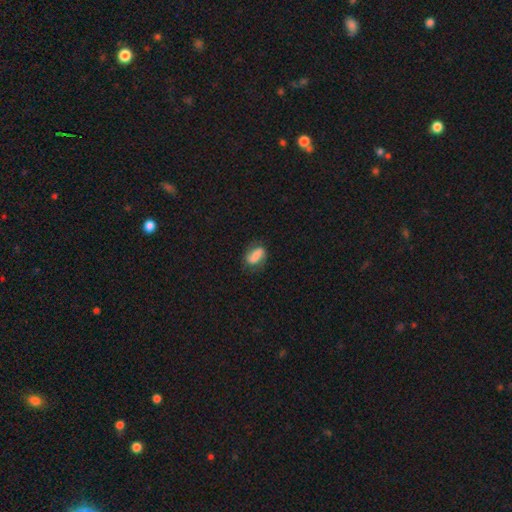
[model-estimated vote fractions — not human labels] smooth_or_featured: smooth (p=0.55) [alt: featured or disk p=0.36]
how_rounded: in between (p=0.84) [alt: round p=0.10]
merging: none (p=0.71) [alt: minor disturbance p=0.21]